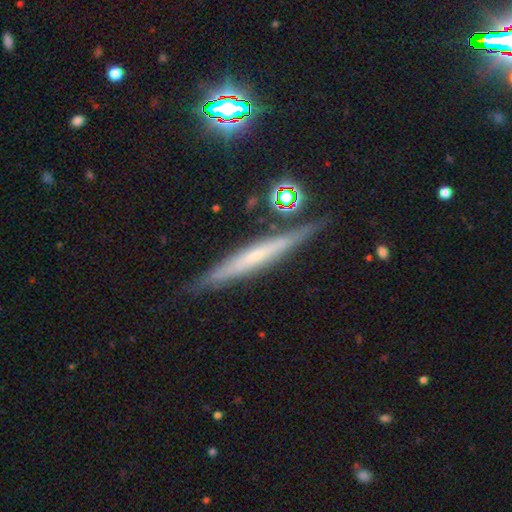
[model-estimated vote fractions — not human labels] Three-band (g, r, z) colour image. It shows a featured or disk galaxy (58%) viewed edge-on (93%) with no central bulge (61%). Merging: none (84%).